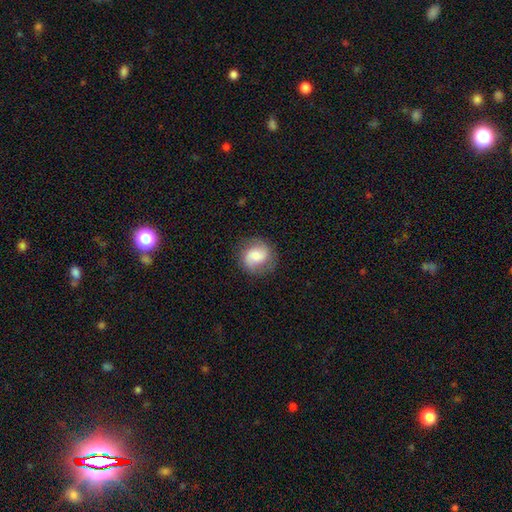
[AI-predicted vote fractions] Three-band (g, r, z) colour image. It shows a smooth galaxy with no disk features (48%). Merging: none (79%).